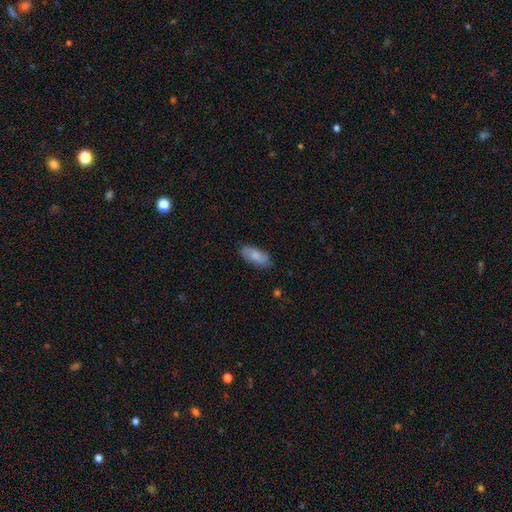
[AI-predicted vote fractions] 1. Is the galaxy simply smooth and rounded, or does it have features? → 75% smooth, 19% featured or disk, 6% star or artifact.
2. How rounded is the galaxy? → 86% in between, 12% cigar-shaped, 2% round.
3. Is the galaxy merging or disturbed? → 82% none, 14% minor disturbance, 3% major disturbance, 1% merger.